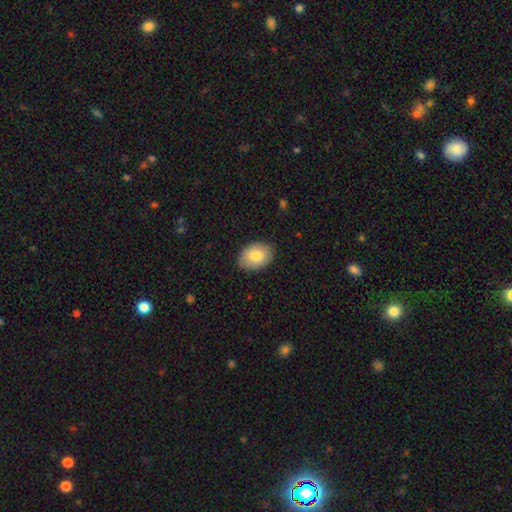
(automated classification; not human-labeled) smooth-or-featured: smooth: 82% | featured or disk: 11% | star or artifact: 6%
  how-rounded: in between: 82% | round: 17% | cigar-shaped: 1%
  merging: none: 86% | minor disturbance: 11% | major disturbance: 2% | merger: 1%